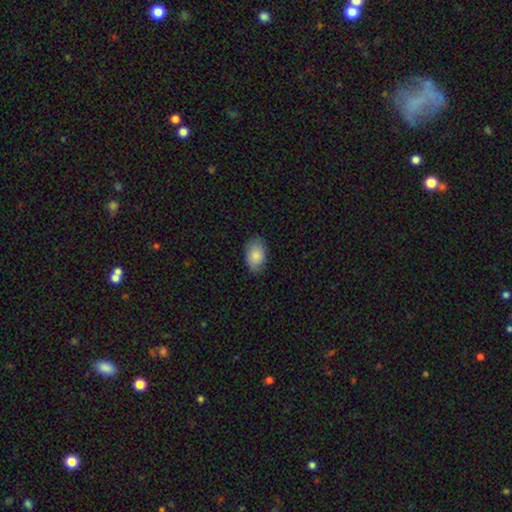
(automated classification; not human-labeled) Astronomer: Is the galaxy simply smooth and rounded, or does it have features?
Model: smooth — 84%.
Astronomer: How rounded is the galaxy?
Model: in between — 89%.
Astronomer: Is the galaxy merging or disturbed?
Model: none — 81%.